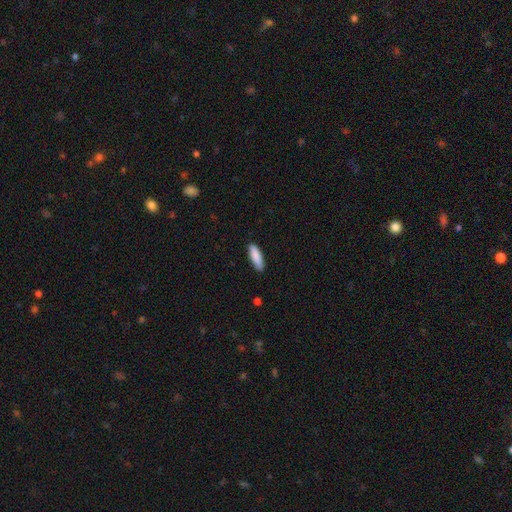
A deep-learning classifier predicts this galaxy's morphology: Q: Smooth or featured?
A: smooth (88%); runner-up: featured or disk (6%)
Q: How rounded?
A: cigar-shaped (51%); runner-up: in between (48%)
Q: Merging?
A: none (87%); runner-up: minor disturbance (11%)